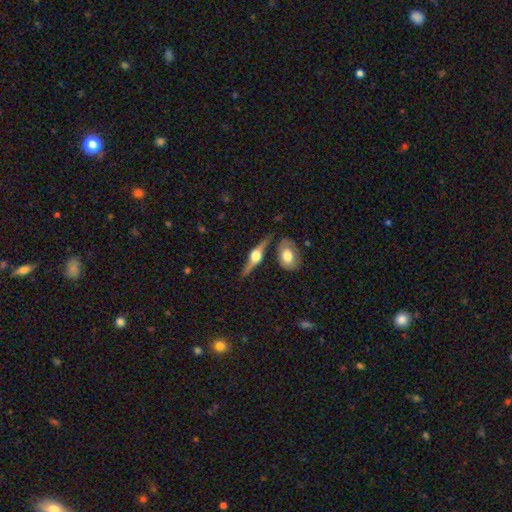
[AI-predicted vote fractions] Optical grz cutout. It shows a featured or disk galaxy (84%) viewed edge-on (95%) with a rounded central bulge (95%). Merging: none (77%).